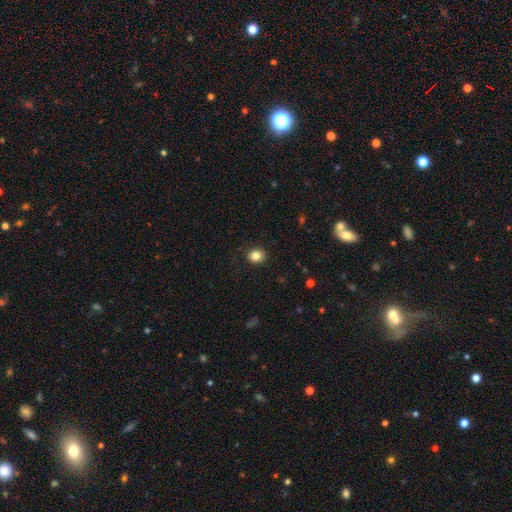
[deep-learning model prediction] Overall: smooth (83%). How rounded: round (73%). Merging: none (89%).